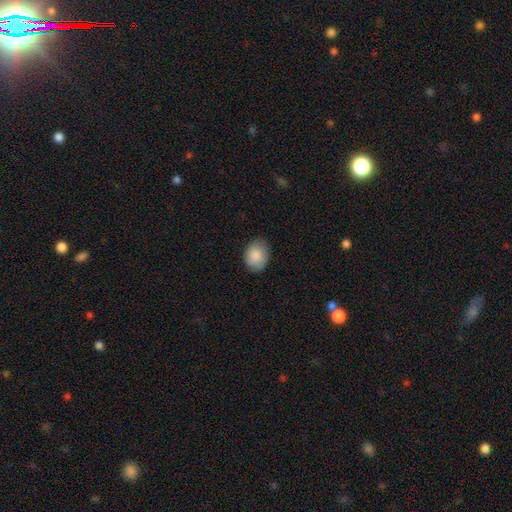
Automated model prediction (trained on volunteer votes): Overall: smooth (88%). How rounded: in between (62%; round 37%). Merging: none (81%).